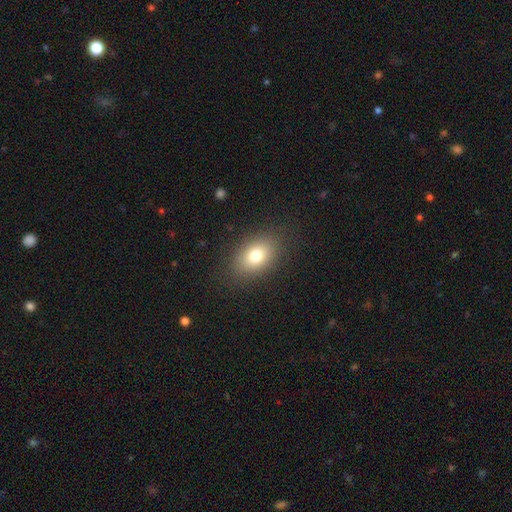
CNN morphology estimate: Smooth or featured: smooth — 78% (featured or disk — 12%)
How rounded: in between — 82% (round — 16%)
Merging: none — 85% (minor disturbance — 10%)